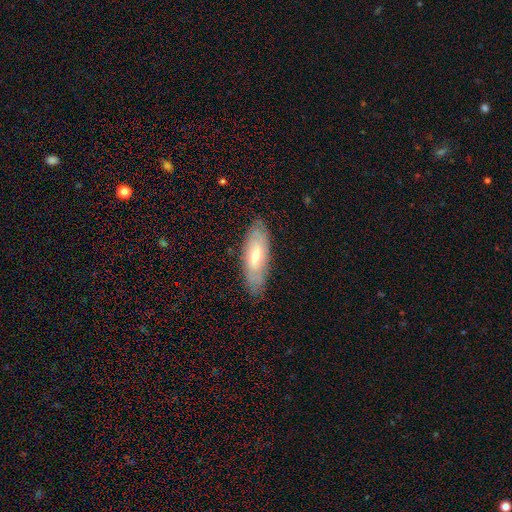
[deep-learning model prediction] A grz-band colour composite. It shows a smooth galaxy with no disk features (54%) that is in between round and cigar-shaped (65%). Merging: none (82%).